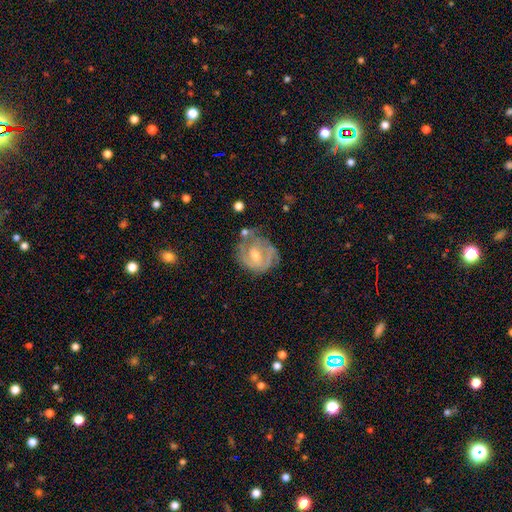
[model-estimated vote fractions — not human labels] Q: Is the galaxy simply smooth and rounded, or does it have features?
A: featured or disk — 80%.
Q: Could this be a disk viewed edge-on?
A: no — 97%.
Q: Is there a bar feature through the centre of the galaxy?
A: weak — 48%.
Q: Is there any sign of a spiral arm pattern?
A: yes — 89%.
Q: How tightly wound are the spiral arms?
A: tight — 59%.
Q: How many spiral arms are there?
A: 2 — 51%.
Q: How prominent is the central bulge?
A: moderate — 57%.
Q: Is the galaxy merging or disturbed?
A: none — 62%.